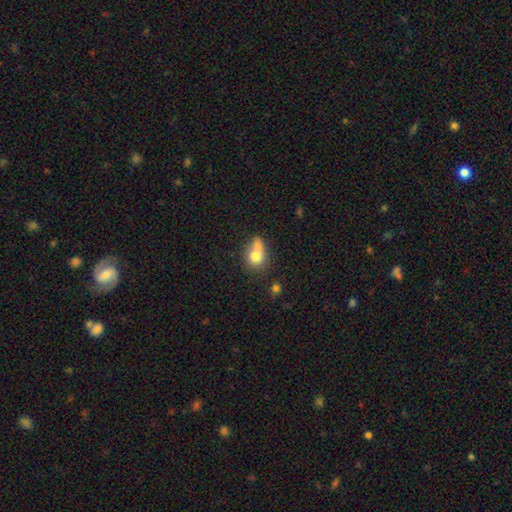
Overall: smooth (82%). How rounded: round (69%; in between 31%). Merging: none (61%).